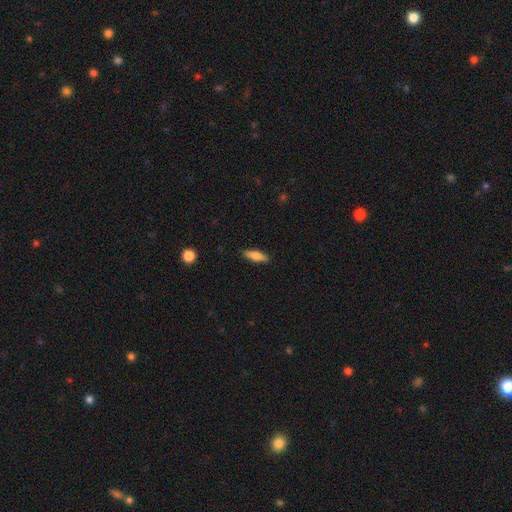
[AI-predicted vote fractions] Q: Smooth or featured?
A: smooth (75%); runner-up: featured or disk (19%)
Q: How rounded?
A: cigar-shaped (55%); runner-up: in between (43%)
Q: Merging?
A: none (89%); runner-up: minor disturbance (8%)